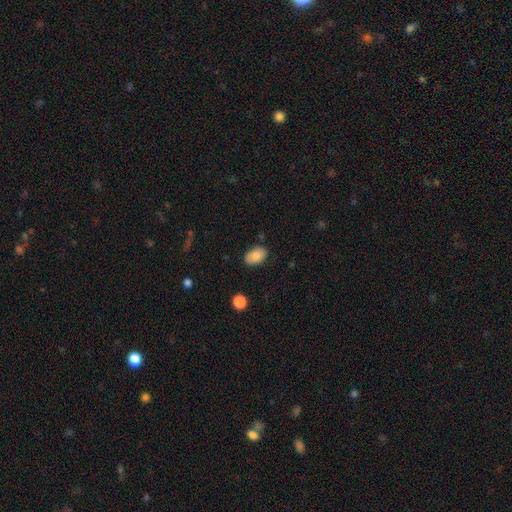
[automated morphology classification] type=smooth (83%); roundness=in between (90%); merging=none (84%).